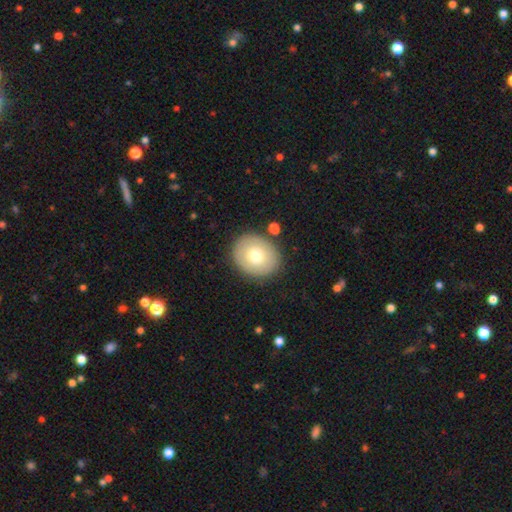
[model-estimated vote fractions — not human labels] smooth-or-featured: smooth: 72% | featured or disk: 21% | star or artifact: 8%
  how-rounded: round: 61% | in between: 38% | cigar-shaped: 1%
  merging: none: 85% | minor disturbance: 9% | merger: 3% | major disturbance: 3%